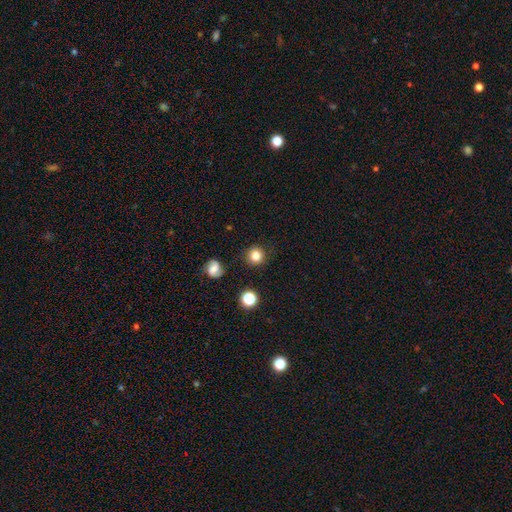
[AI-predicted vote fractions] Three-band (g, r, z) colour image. It shows a smooth galaxy with no disk features (82%) that is round (92%). Merging: none (88%).